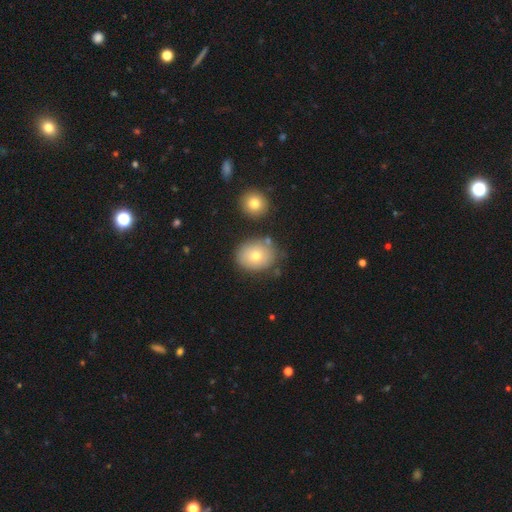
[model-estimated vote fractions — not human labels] Q: Smooth or featured?
A: smooth (74%); runner-up: featured or disk (16%)
Q: How rounded?
A: round (61%); runner-up: in between (38%)
Q: Merging?
A: none (74%); runner-up: minor disturbance (14%)